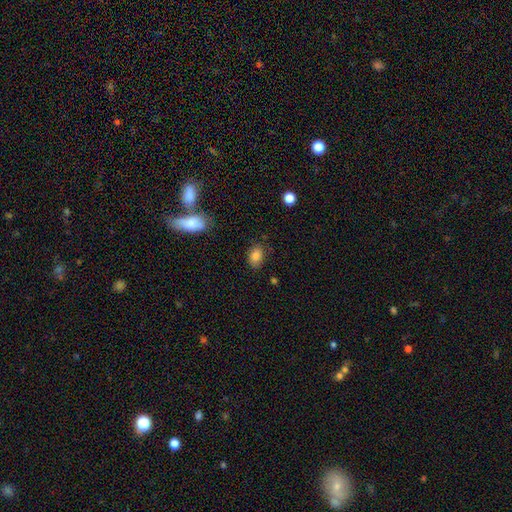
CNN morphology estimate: Q: Smooth or featured?
A: smooth (83%); runner-up: star or artifact (9%)
Q: How rounded?
A: in between (82%); runner-up: round (17%)
Q: Merging?
A: none (81%); runner-up: minor disturbance (14%)